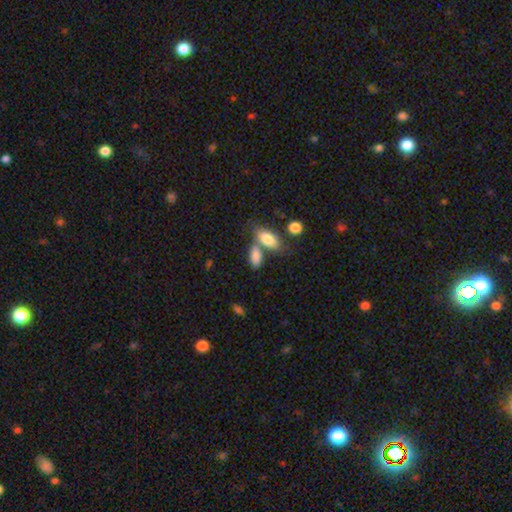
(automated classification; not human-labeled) Smooth or featured? Predicted: smooth (p=0.84). How rounded? Predicted: in between (p=0.87). Merging? Predicted: none (p=0.45).